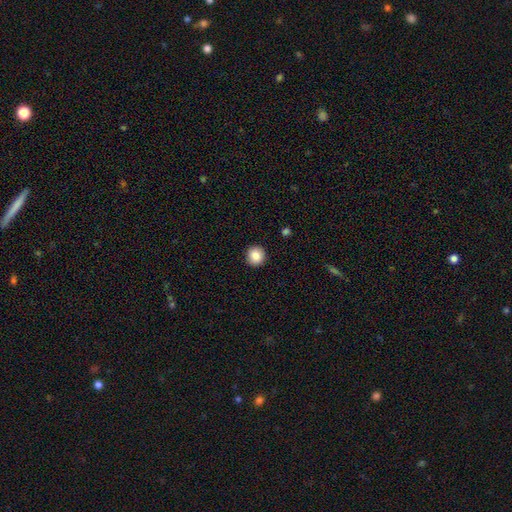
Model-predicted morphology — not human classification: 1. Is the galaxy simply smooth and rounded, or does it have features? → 86% smooth, 9% star or artifact, 5% featured or disk.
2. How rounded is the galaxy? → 94% round, 5% in between, 1% cigar-shaped.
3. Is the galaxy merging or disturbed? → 92% none, 5% minor disturbance, 2% major disturbance, 1% merger.